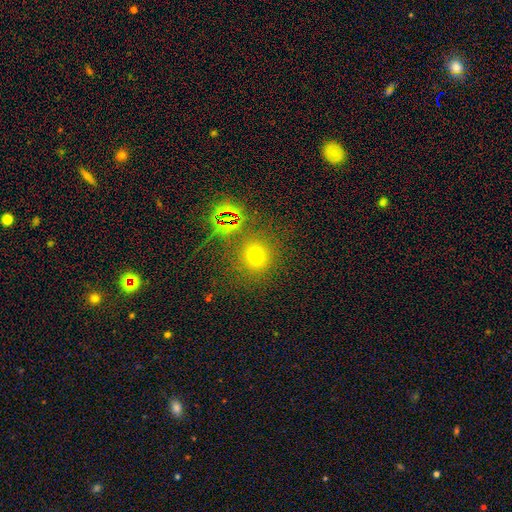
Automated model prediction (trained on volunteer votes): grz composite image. It shows a smooth galaxy with no disk features (63%) that is round (87%). Merging: none (81%).